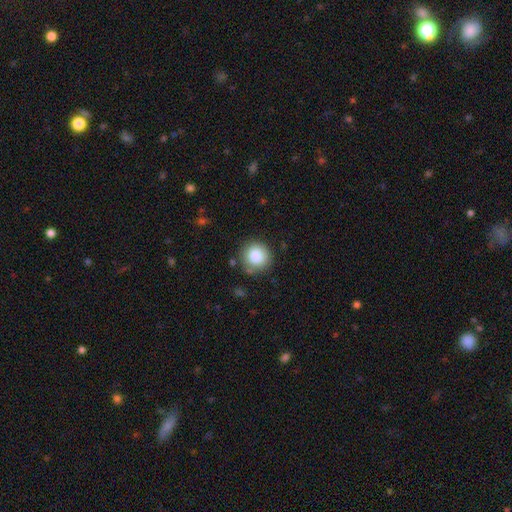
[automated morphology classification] Overall: smooth (84%). How rounded: round (92%). Merging: none (83%).